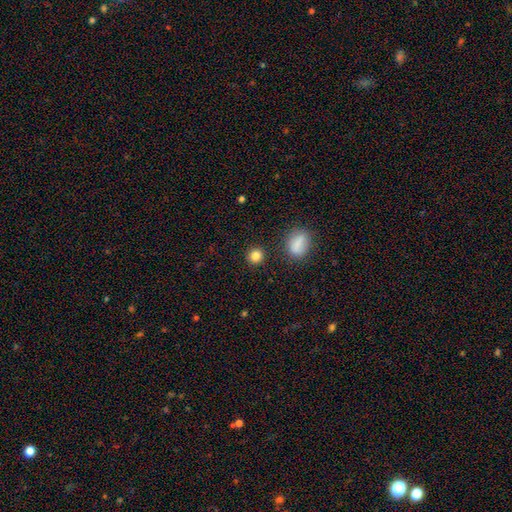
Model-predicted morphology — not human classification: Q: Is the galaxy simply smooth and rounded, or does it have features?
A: smooth — 84%.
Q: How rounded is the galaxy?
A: round — 87%.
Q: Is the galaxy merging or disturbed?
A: none — 89%.